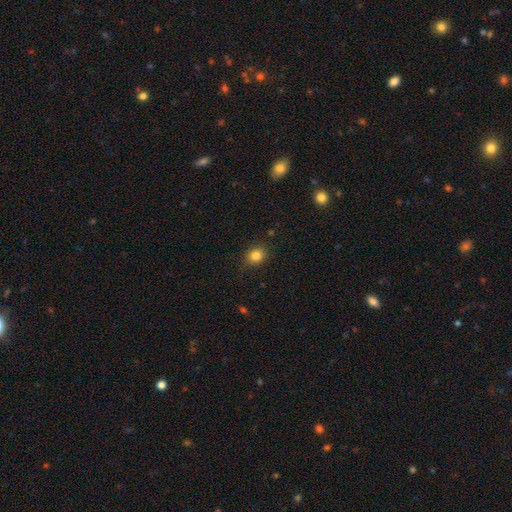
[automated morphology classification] Smooth or featured? Predicted: smooth (p=0.84). How rounded? Predicted: round (p=0.70). Merging? Predicted: none (p=0.85).